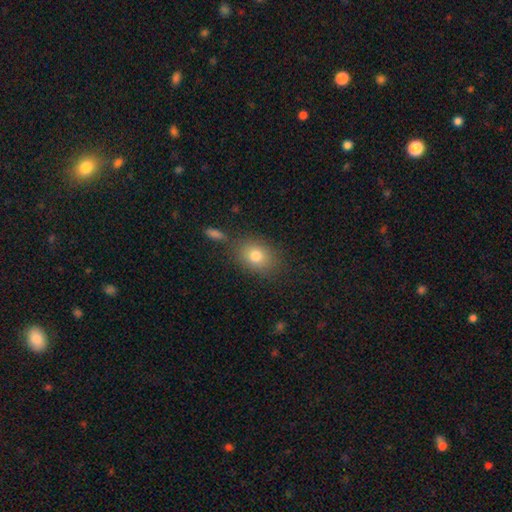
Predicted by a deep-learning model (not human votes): smooth 80%, featured or disk 10%, star or artifact 10%. Down the decision tree: how rounded — in between (64%); merging — none (76%).